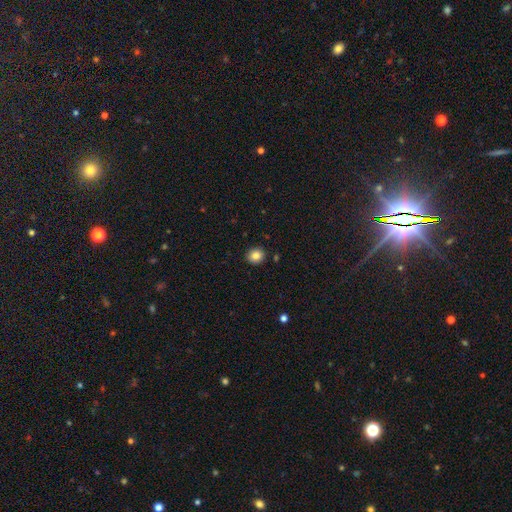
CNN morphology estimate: smooth 85%, star or artifact 10%, featured or disk 5%. Down the decision tree: how rounded — round (85%); merging — none (91%).